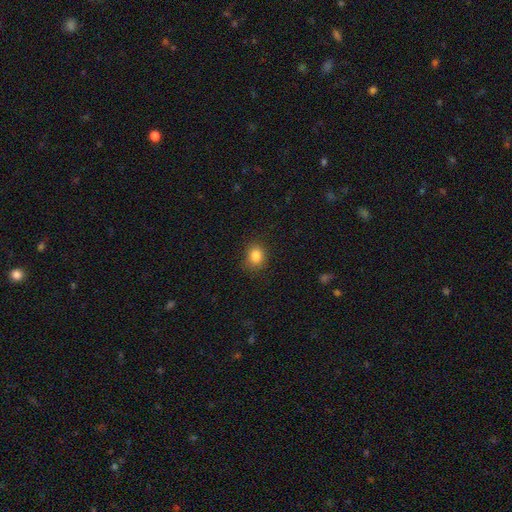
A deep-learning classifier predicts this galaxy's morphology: Smooth or featured: smooth — 84% (star or artifact — 11%)
How rounded: round — 61% (in between — 38%)
Merging: none — 84% (minor disturbance — 12%)